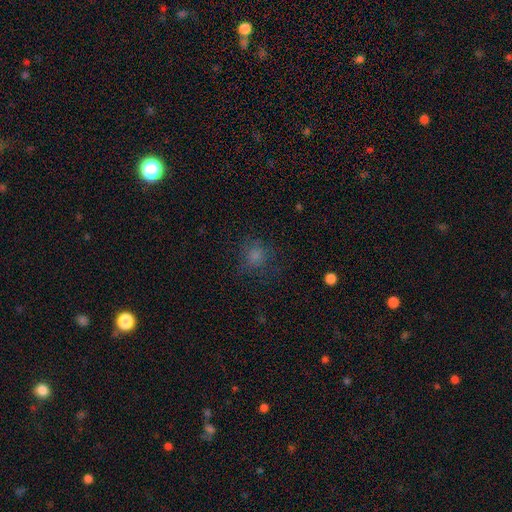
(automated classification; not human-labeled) The model was most divided on "merging": none: 72%, minor disturbance: 16%, major disturbance: 11%, merger: 1%. More confident: how rounded — round (81%); smooth or featured — smooth (74%).